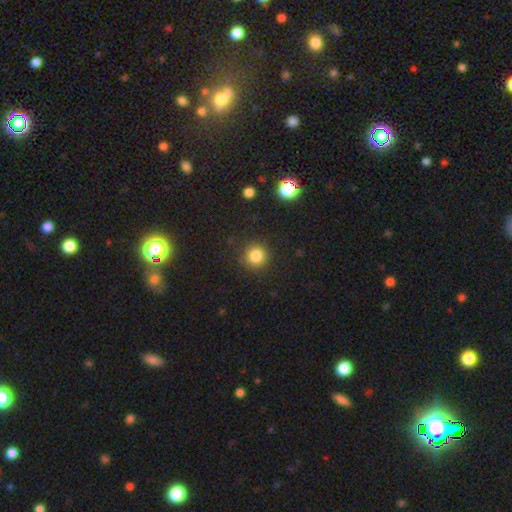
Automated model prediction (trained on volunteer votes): Smooth or featured? smooth (83%)
How rounded? round (94%)
Merging? none (88%)